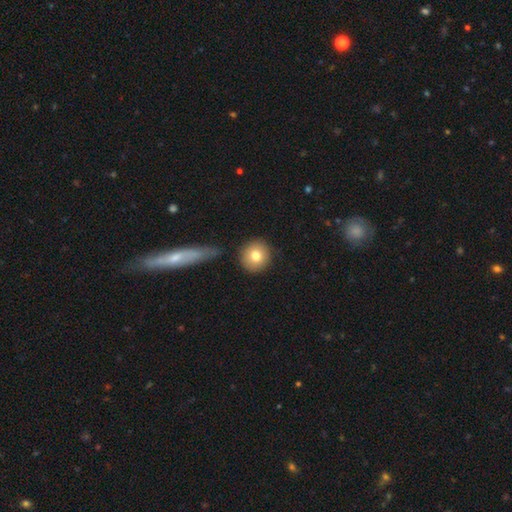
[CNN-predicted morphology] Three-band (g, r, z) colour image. It shows a smooth galaxy with no disk features (78%) that is round (93%). Merging: none (86%).